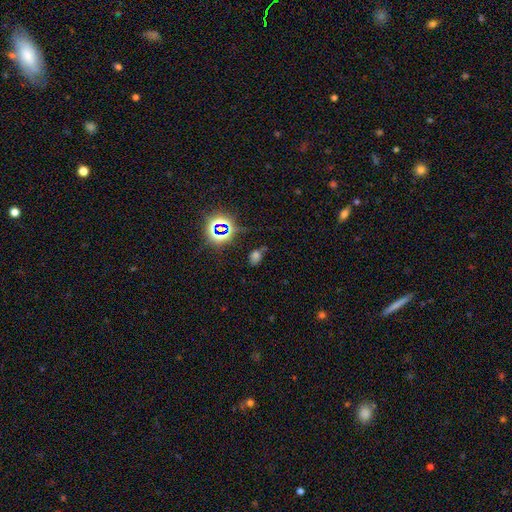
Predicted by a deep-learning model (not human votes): smooth-or-featured: smooth: 52% | star or artifact: 38% | featured or disk: 10%
  how-rounded: in between: 81% | round: 16% | cigar-shaped: 3%
  merging: none: 61% | minor disturbance: 21% | major disturbance: 9% | merger: 9%